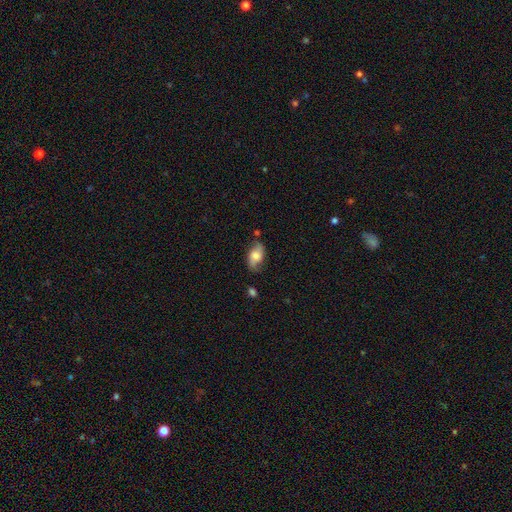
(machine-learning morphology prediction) smooth 56%, featured or disk 36%, star or artifact 8%. Down the decision tree: how rounded — in between (89%); merging — none (64%).